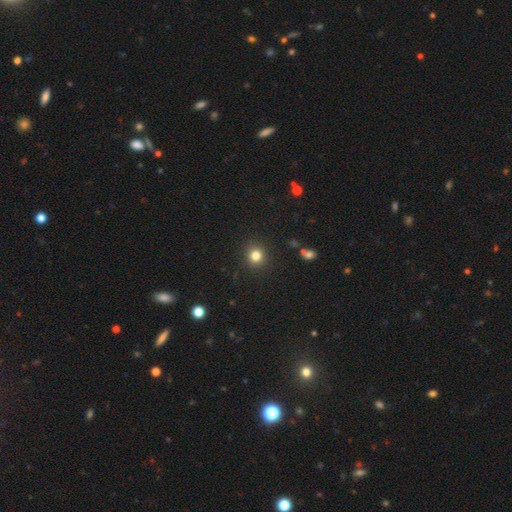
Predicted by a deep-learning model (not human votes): smooth-or-featured: smooth: 81% | star or artifact: 13% | featured or disk: 5%
  how-rounded: round: 91% | in between: 8% | cigar-shaped: 1%
  merging: none: 91% | minor disturbance: 6% | major disturbance: 2% | merger: 1%